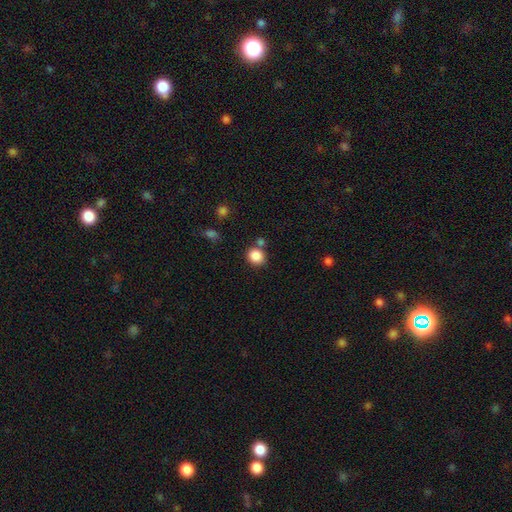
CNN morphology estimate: type=smooth (86%); roundness=round (73%); merging=none (72%).